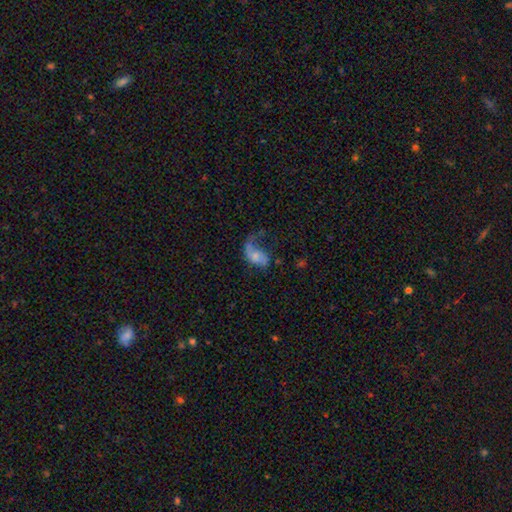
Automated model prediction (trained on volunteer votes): Smooth or featured? Predicted: smooth (p=0.46). Merging? Predicted: major disturbance (p=0.55).